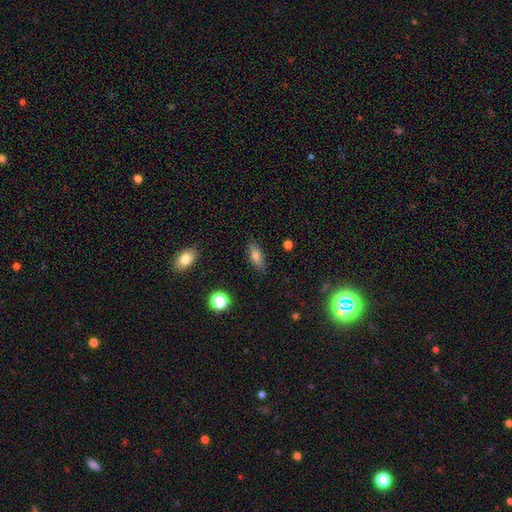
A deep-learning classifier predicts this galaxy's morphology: The model was most divided on "how rounded": in between: 79%, cigar-shaped: 17%, round: 5%. More confident: merging — none (85%); smooth or featured — smooth (78%).